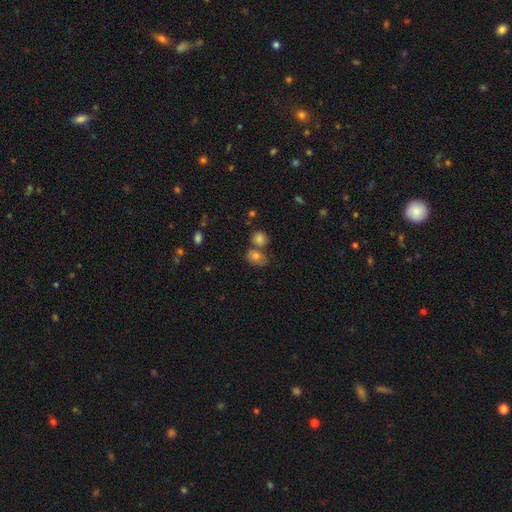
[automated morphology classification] This is likely a smooth galaxy (75%). How rounded: possibly in between (55%). Merging: possibly none (50%).